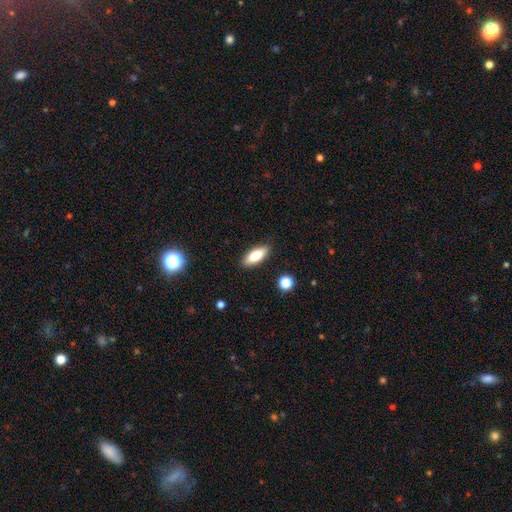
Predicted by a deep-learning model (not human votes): Smooth or featured? smooth (78%)
How rounded? in between (74%)
Merging? none (88%)